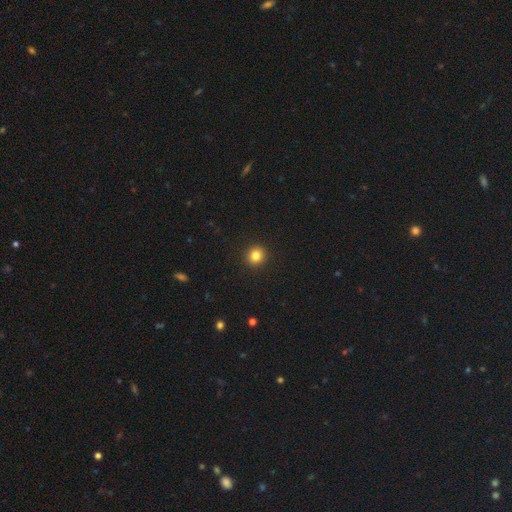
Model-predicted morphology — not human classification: smooth 83%, star or artifact 12%, featured or disk 5%. Down the decision tree: how rounded — round (90%); merging — none (93%).